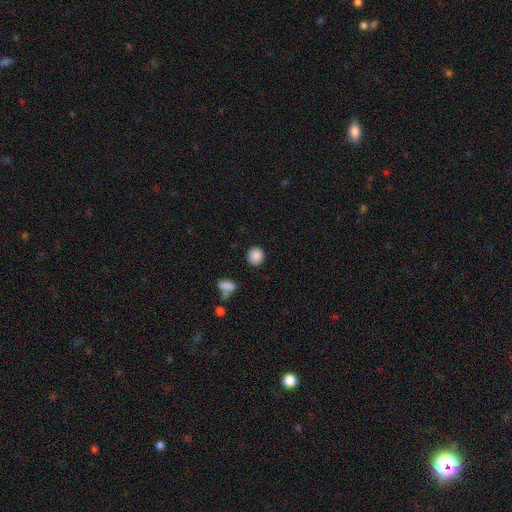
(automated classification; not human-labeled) Overall: smooth (88%). How rounded: round (87%). Merging: none (89%).